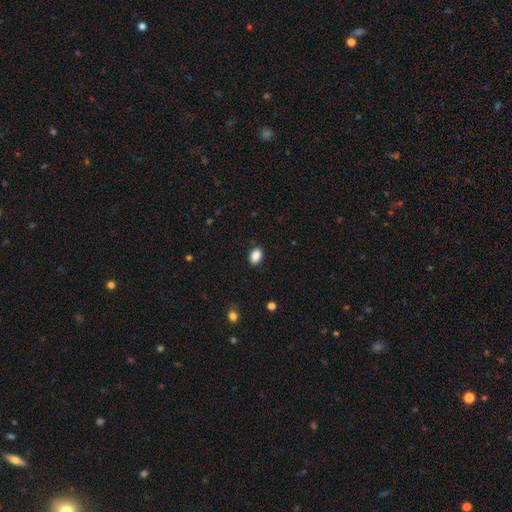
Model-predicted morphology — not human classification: Q: Smooth or featured?
A: smooth (89%); runner-up: star or artifact (8%)
Q: How rounded?
A: in between (81%); runner-up: round (18%)
Q: Merging?
A: none (86%); runner-up: minor disturbance (10%)